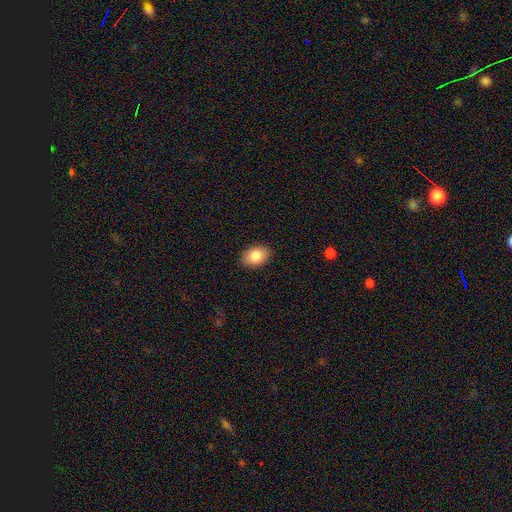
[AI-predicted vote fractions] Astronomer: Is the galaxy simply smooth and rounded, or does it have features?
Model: smooth — 84%.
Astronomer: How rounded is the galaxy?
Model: in between — 84%.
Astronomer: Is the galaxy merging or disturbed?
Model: none — 89%.